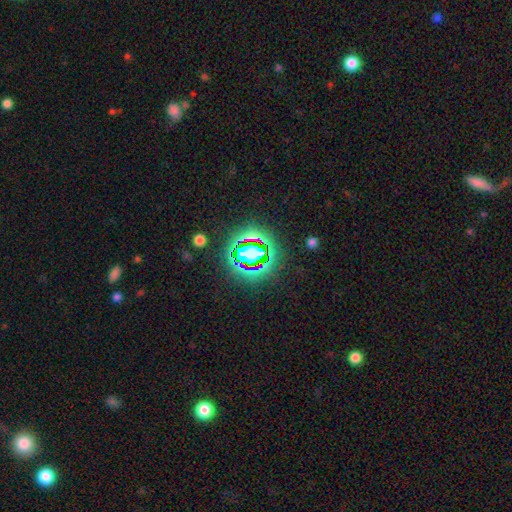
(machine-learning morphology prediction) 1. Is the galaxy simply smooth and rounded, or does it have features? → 76% star or artifact, 16% smooth, 8% featured or disk.